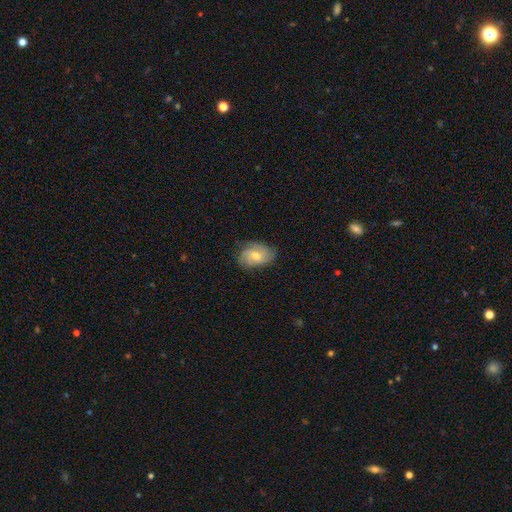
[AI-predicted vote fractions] smooth-or-featured: featured or disk: 66% | smooth: 26% | star or artifact: 8%
  disk-edge-on: no: 96% | yes: 4%
    bar: no: 50% | weak: 42% | strong: 8%
    has-spiral-arms: yes: 91% | no: 9%
      spiral-winding: tight: 50% | medium: 37% | loose: 13%
      spiral-arm-count: 2: 28% (tied) | can't tell: 28% (tied) | 3: 28% (tied) | 4: 7% | 1: 5% | more than 4: 4%
    bulge-size: moderate: 68% | small: 25% | large: 4% | none: 2% | dominant: 1%
  merging: none: 74% | minor disturbance: 19% | major disturbance: 5% | merger: 1%